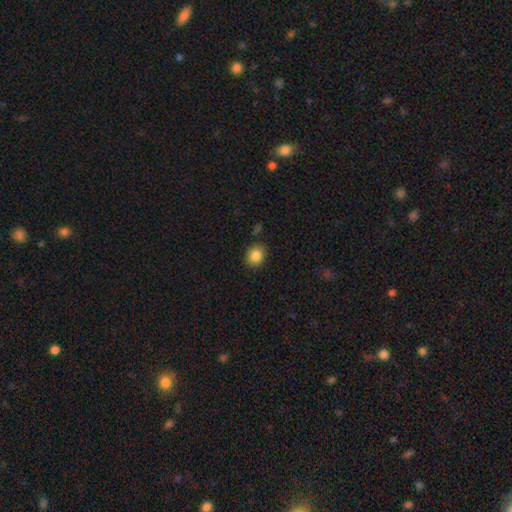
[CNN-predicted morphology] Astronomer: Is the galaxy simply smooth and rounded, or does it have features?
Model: smooth — 85%.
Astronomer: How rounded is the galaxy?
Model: round — 68%.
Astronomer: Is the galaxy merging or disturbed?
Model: none — 86%.